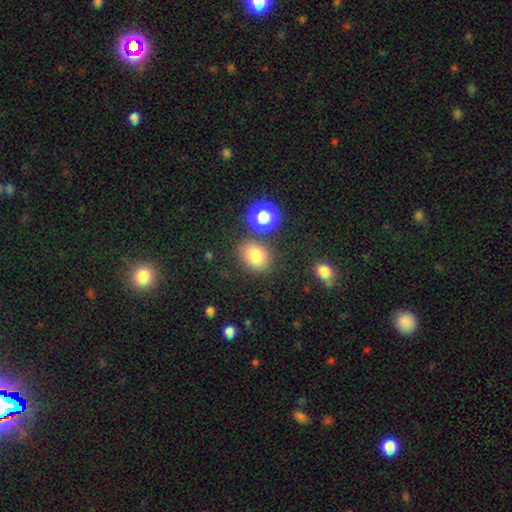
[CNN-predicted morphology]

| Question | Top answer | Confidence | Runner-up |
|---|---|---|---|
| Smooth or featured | smooth | 80% | star or artifact (13%) |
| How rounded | in between | 53% | round (46%) |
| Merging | none | 79% | minor disturbance (11%) |